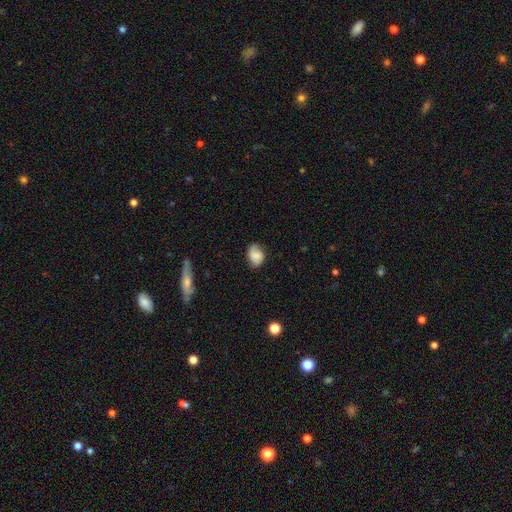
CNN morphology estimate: A smooth galaxy with no disk features (72%) that is in between round and cigar-shaped (66%).

Vote fractions:
- Smooth or featured? smooth: 72% / featured or disk: 19% / star or artifact: 9%
- How rounded? in between: 66% / round: 33% / cigar-shaped: 1%
- Merging? none: 67% / minor disturbance: 26% / major disturbance: 5% / merger: 2%